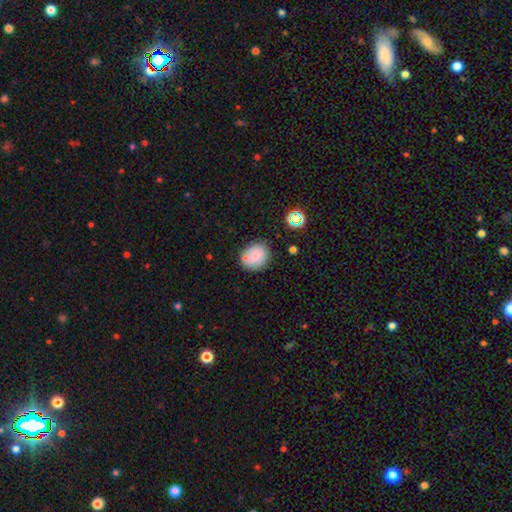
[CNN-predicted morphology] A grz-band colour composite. It shows a smooth galaxy with no disk features (76%) that is round (70%). Merging: none (67%).